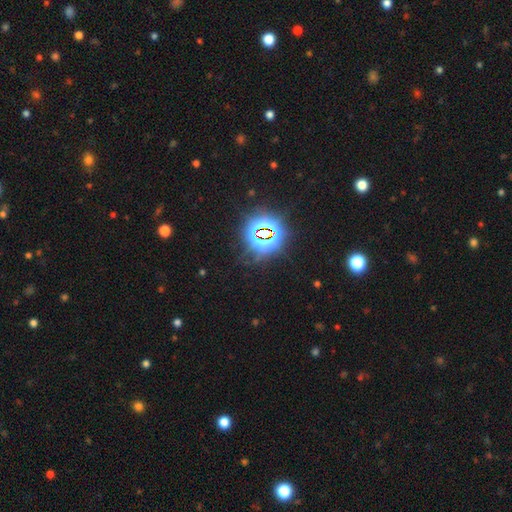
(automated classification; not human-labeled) Morphology: type=star or artifact (81%).